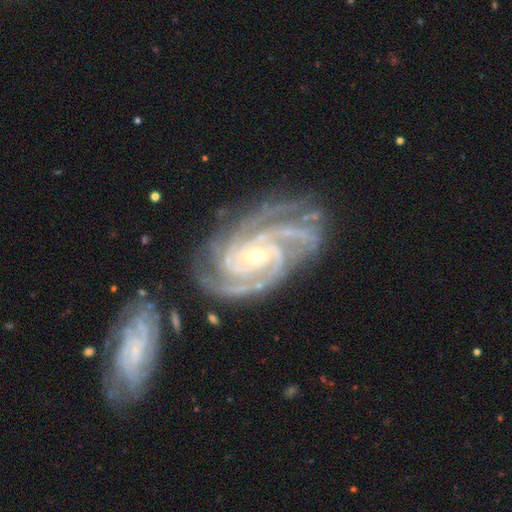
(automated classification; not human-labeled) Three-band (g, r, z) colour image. It shows a featured or disk galaxy (93%) with no bar (43%), 4 (32%) tight (67%) spiral arms (99%) and a small central bulge (70%). Merging: none (69%).